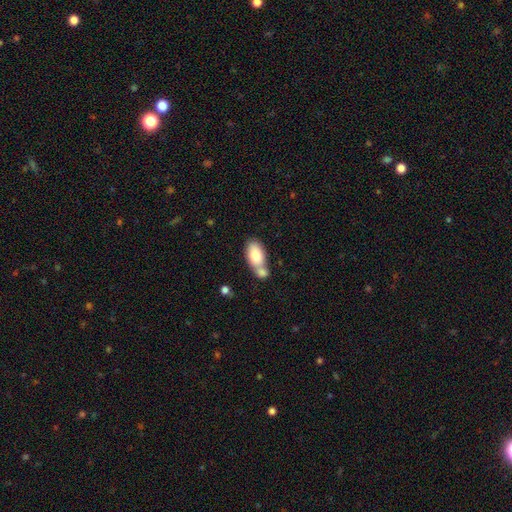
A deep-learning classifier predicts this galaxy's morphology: This is likely a smooth galaxy (79%). How rounded: clearly in between (91%). Merging: possibly merger (47%).